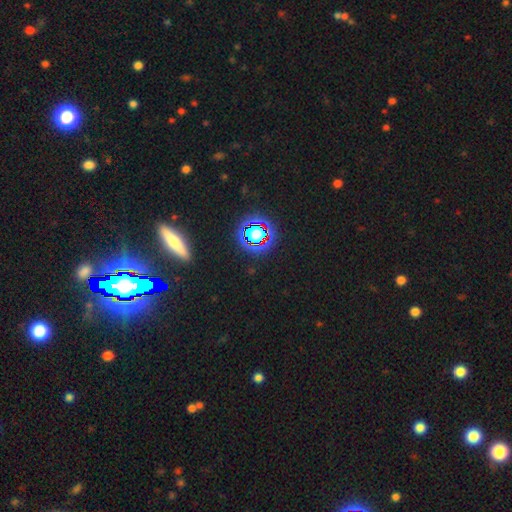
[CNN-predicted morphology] Smooth or featured: star or artifact — 74% (smooth — 15%)